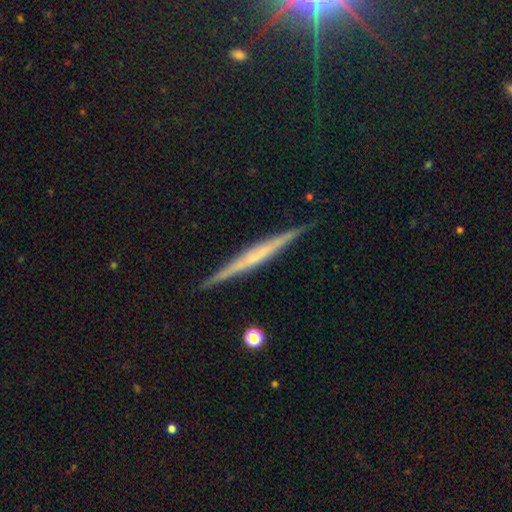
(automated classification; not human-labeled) Smooth or featured? Predicted: featured or disk (p=0.67). Edge-on disk? Predicted: yes (p=0.98). Edge-on bulge? Predicted: none (p=0.60). Merging? Predicted: none (p=0.90).